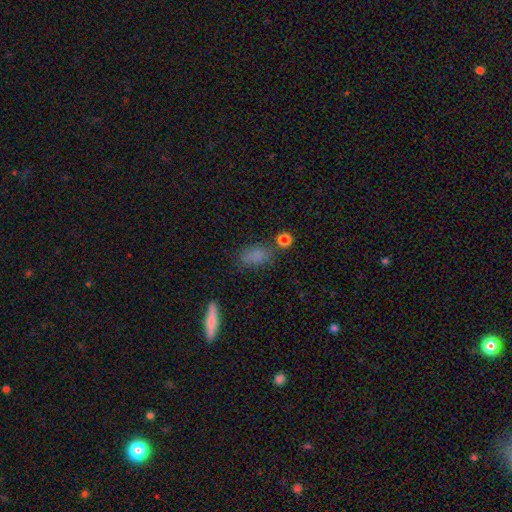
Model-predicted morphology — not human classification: Smooth or featured: smooth — 78% (star or artifact — 13%)
How rounded: in between — 79% (round — 12%)
Merging: none — 65% (minor disturbance — 19%)